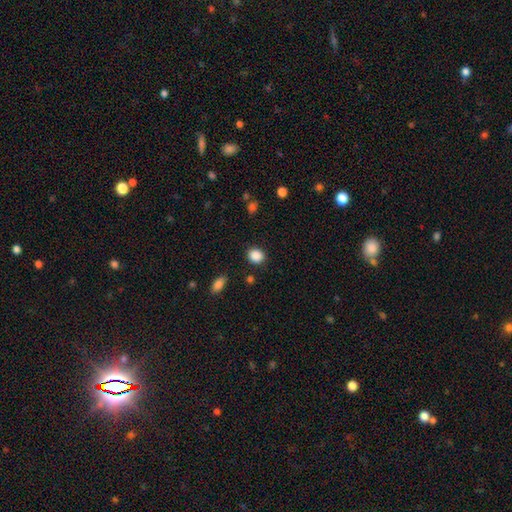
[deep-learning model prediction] A smooth galaxy with no disk features (88%) that is round (72%).

Vote fractions:
- Smooth or featured? smooth: 88% / star or artifact: 9% / featured or disk: 3%
- How rounded? round: 72% / in between: 27% / cigar-shaped: 1%
- Merging? none: 87% / minor disturbance: 8% / major disturbance: 3% / merger: 2%